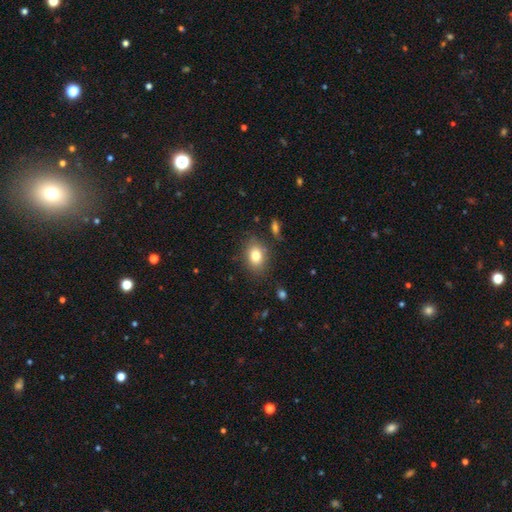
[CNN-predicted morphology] This is clearly a smooth galaxy (80%). How rounded: likely in between (69%). Merging: clearly none (81%).